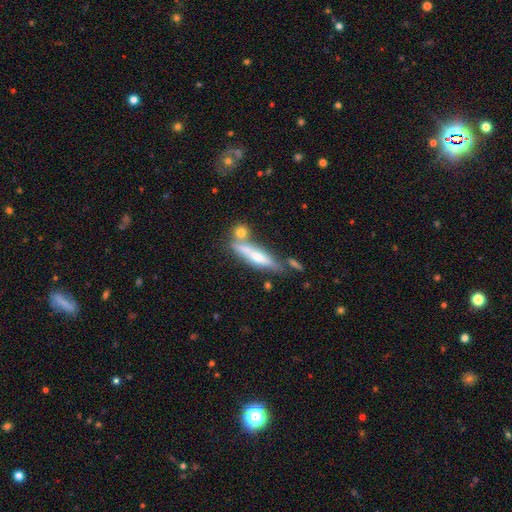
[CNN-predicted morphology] The model was most divided on "smooth or featured": smooth: 50%, featured or disk: 43%, star or artifact: 7%. More confident: merging — none (54%).